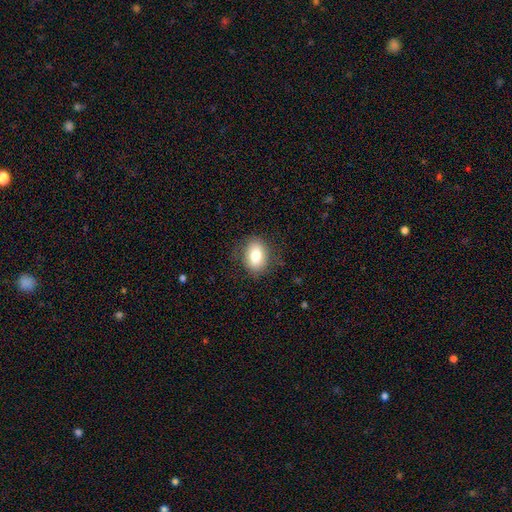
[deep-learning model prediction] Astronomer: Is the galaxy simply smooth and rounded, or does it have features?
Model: smooth — 81%.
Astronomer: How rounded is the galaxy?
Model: in between — 73%.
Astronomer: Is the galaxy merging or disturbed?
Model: none — 81%.